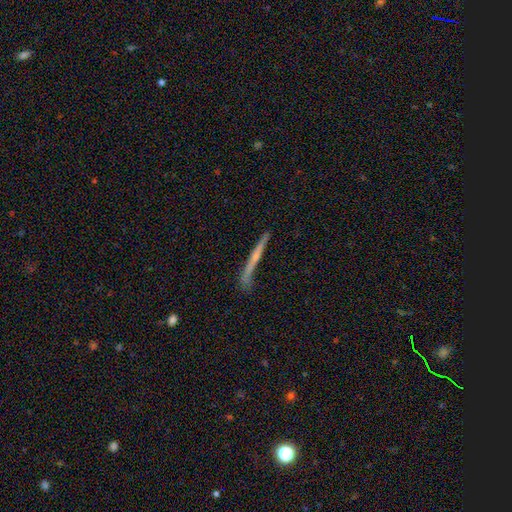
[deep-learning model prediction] A featured or disk galaxy (56%) viewed edge-on (95%) with no central bulge (56%).

Vote fractions:
- Smooth or featured? featured or disk: 56% / smooth: 37% / star or artifact: 8%
- Edge-on disk? yes: 95% / no: 5%
- Edge-on bulge? none: 56% / rounded: 37% / boxy: 7%
- Merging? none: 71% / minor disturbance: 19% / major disturbance: 6% / merger: 4%